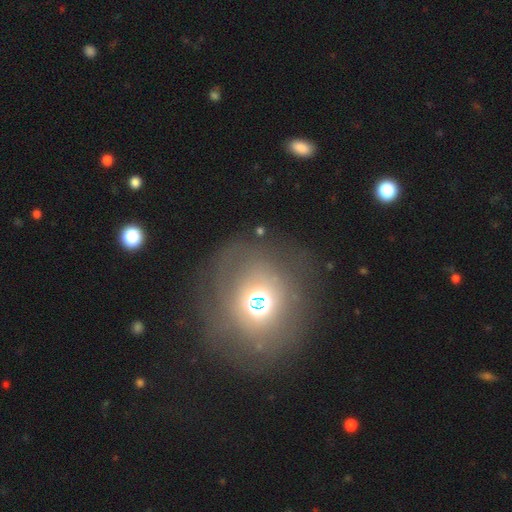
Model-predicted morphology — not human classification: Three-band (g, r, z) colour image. It shows a smooth galaxy with no disk features (48%). Merging: none (65%).